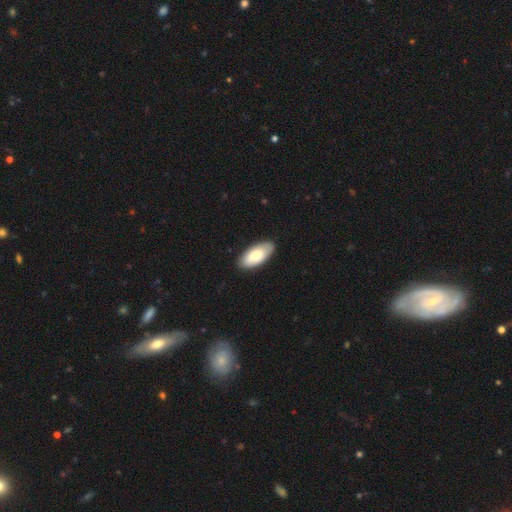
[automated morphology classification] This is likely a smooth galaxy (79%). How rounded: clearly in between (93%). Merging: clearly none (87%).